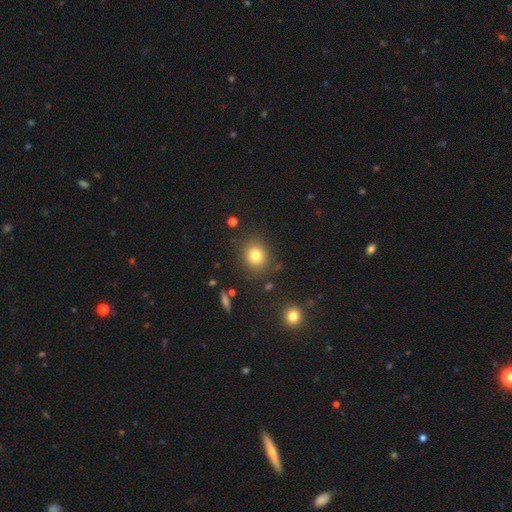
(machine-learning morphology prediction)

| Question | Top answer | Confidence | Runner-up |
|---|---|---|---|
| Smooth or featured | smooth | 80% | star or artifact (12%) |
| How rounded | round | 73% | in between (26%) |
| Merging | none | 84% | minor disturbance (10%) |